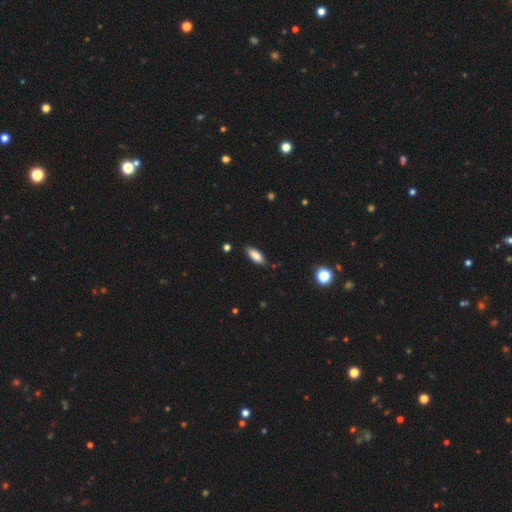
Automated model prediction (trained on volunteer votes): Morphology: type=smooth (83%); roundness=in between (76%); merging=none (82%).